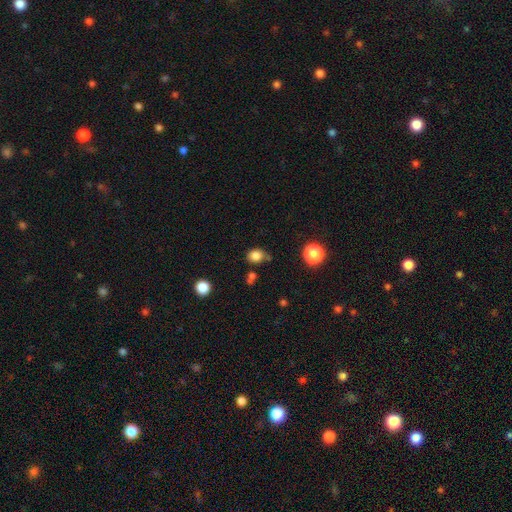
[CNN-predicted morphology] Smooth or featured: smooth — 82% (star or artifact — 13%)
How rounded: round — 57% (in between — 42%)
Merging: none — 65% (minor disturbance — 20%)